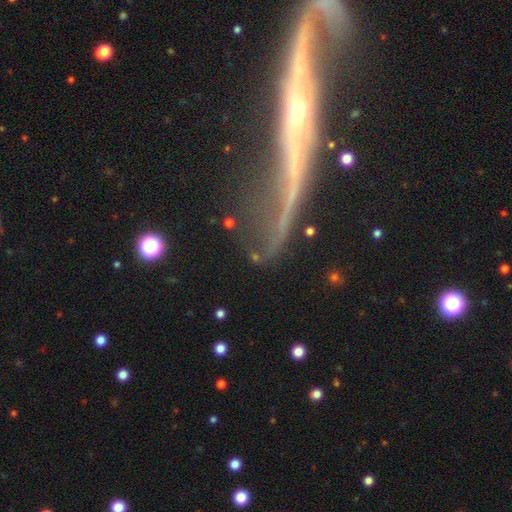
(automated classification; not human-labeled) smooth-or-featured: star or artifact: 38% | featured or disk: 32% | smooth: 30%